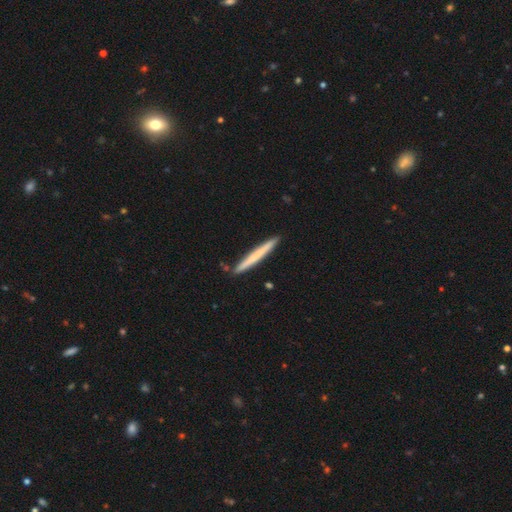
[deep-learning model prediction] Morphology: type=smooth (61%); roundness=cigar-shaped (97%); merging=none (90%).